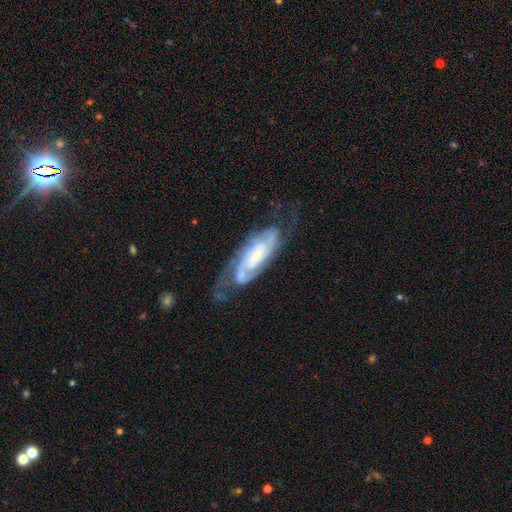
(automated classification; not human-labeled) This appears to be a featured or disk galaxy (84%) with no bar (51%), 2 (52%) tight (52%) spiral arms (96%) and a small central bulge (62%). Merging: none (60%).